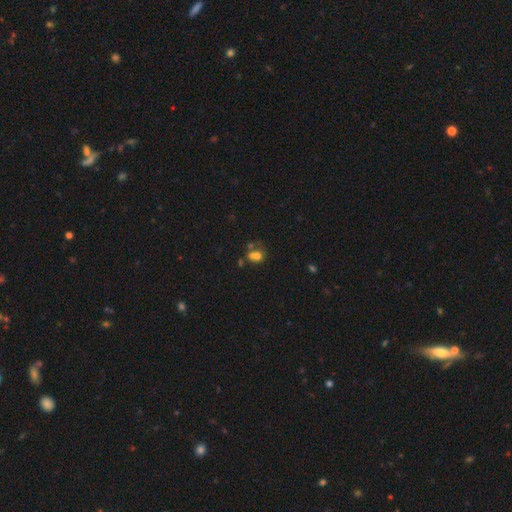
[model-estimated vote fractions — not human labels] Smooth or featured? smooth (64%)
How rounded? round (57%)
Merging? merger (49%)